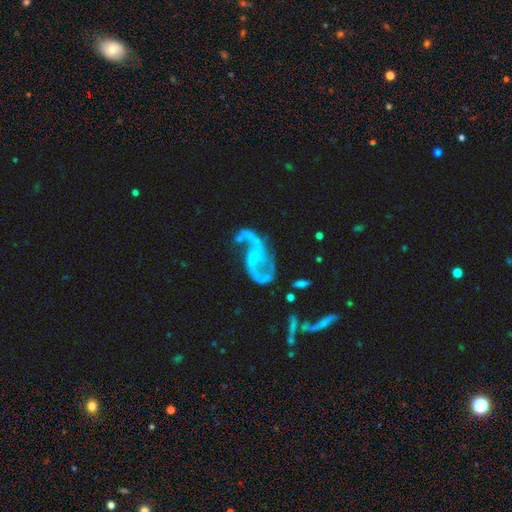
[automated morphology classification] This is clearly a featured or disk galaxy (87%). It is clearly not viewed edge-on (97%). Bar: possibly no (53%). Spiral arm pattern: clearly yes (93%). Spiral arm count: clearly 2 (87%). Spiral winding: likely loose (70%). Central bulge: possibly small (46%). Merging: marginally none (43%).